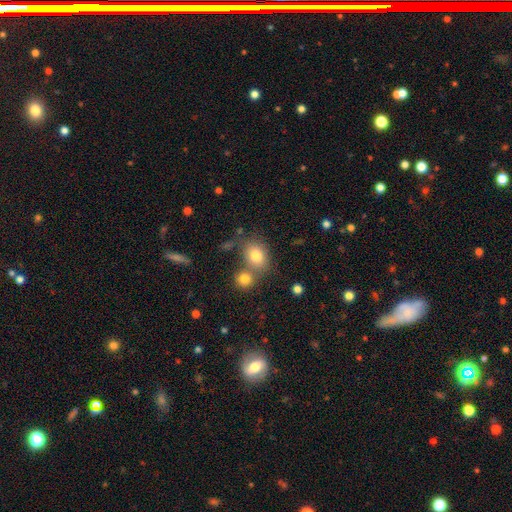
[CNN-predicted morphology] Smooth or featured? Predicted: smooth (p=0.78). How rounded? Predicted: in between (p=0.53). Merging? Predicted: none (p=0.53).